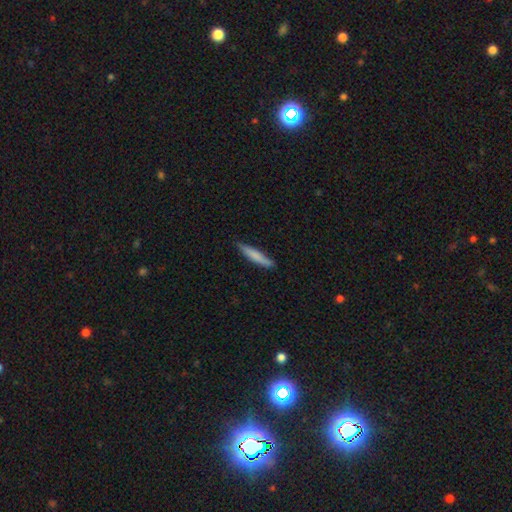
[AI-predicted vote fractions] Smooth or featured? smooth (76%)
How rounded? cigar-shaped (91%)
Merging? none (83%)